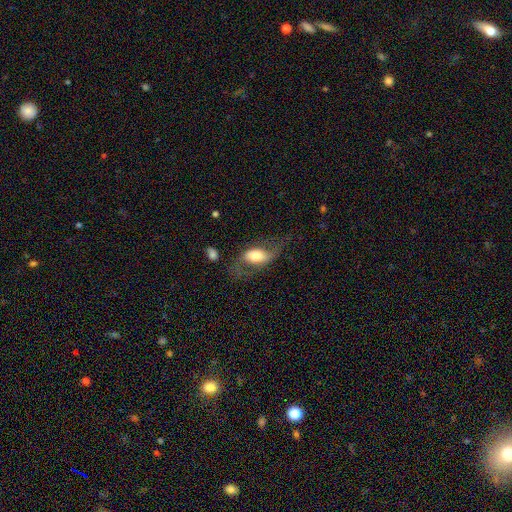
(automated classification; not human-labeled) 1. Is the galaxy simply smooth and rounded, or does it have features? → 55% featured or disk, 38% smooth, 7% star or artifact.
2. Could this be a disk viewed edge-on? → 89% no, 11% yes.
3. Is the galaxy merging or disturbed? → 47% none, 29% major disturbance, 20% minor disturbance, 4% merger.